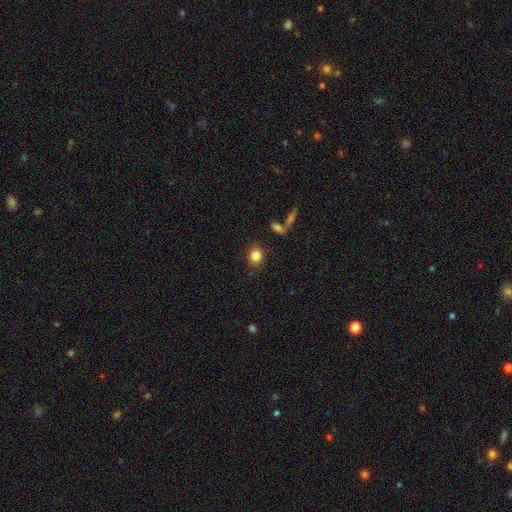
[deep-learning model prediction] smooth_or_featured: smooth (p=0.85) [alt: star or artifact p=0.09]
how_rounded: round (p=0.55) [alt: in between p=0.44]
merging: none (p=0.81) [alt: minor disturbance p=0.11]